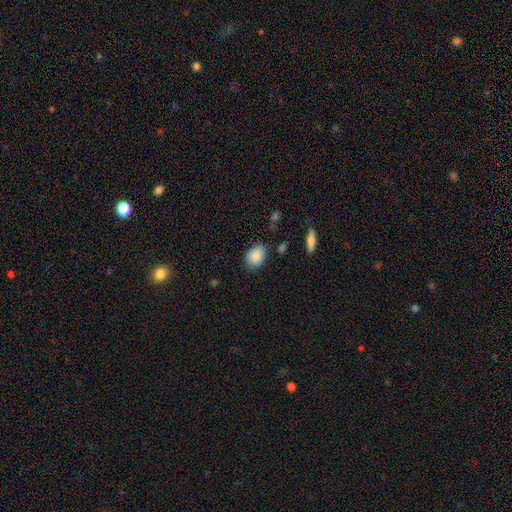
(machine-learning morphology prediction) smooth 87%, star or artifact 7%, featured or disk 6%. Down the decision tree: how rounded — in between (77%); merging — none (78%).